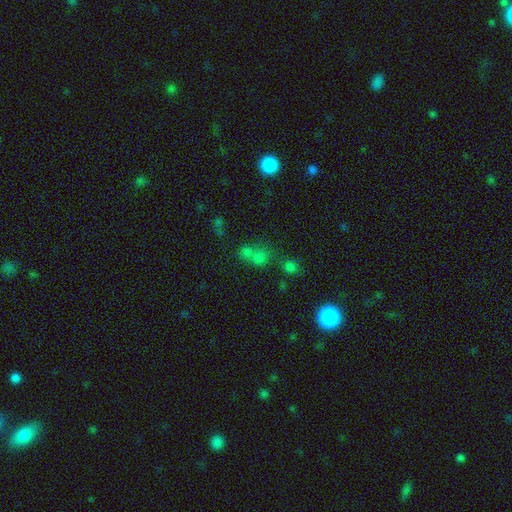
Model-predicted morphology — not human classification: This appears to be a smooth galaxy with no disk features (58%) that is round (76%). Merging: none (45%).